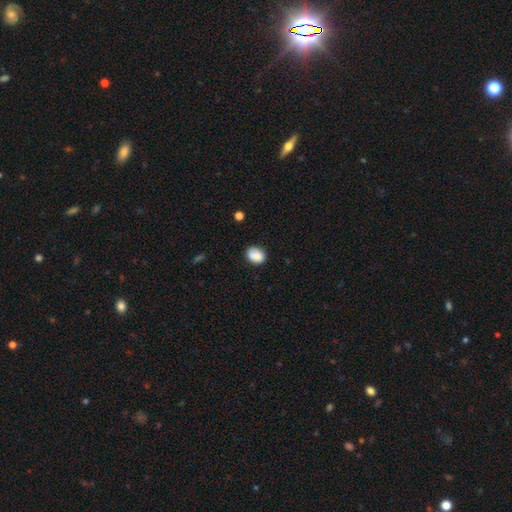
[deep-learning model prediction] Morphology: type=smooth (86%); roundness=in between (65%); merging=none (77%).